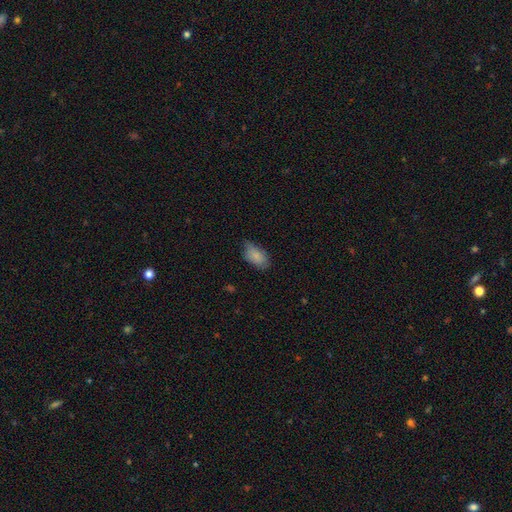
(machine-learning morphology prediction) The model was most divided on "merging": none: 64%, minor disturbance: 29%, major disturbance: 5%, merger: 1%. More confident: how rounded — in between (93%); smooth or featured — smooth (84%).